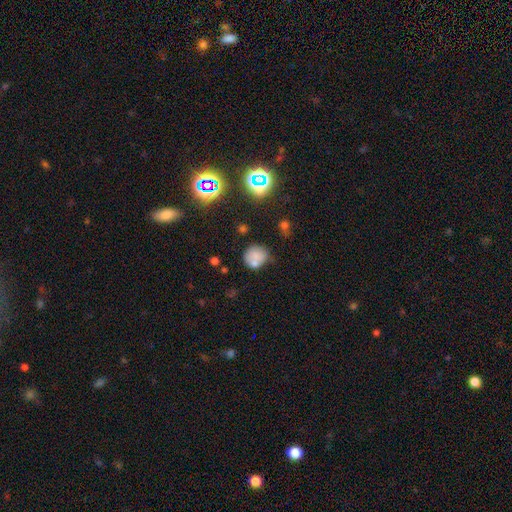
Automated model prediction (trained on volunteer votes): A smooth galaxy with no disk features (71%) that is round (80%).

Vote fractions:
- Smooth or featured? smooth: 71% / featured or disk: 15% / star or artifact: 14%
- How rounded? round: 80% / in between: 19% / cigar-shaped: 1%
- Merging? none: 51% / merger: 23% / minor disturbance: 19% / major disturbance: 7%